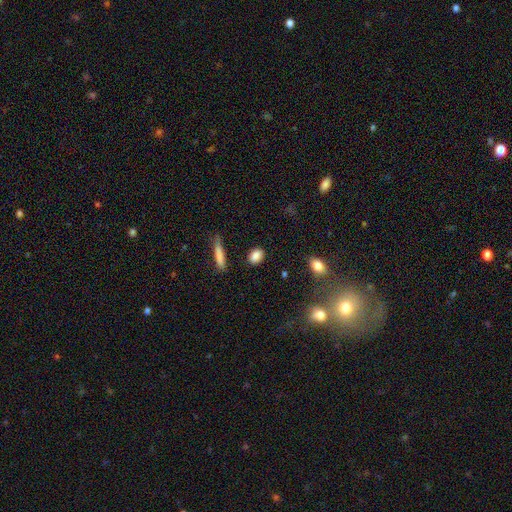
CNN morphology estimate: Smooth or featured? Predicted: smooth (p=0.86). How rounded? Predicted: in between (p=0.68). Merging? Predicted: none (p=0.86).